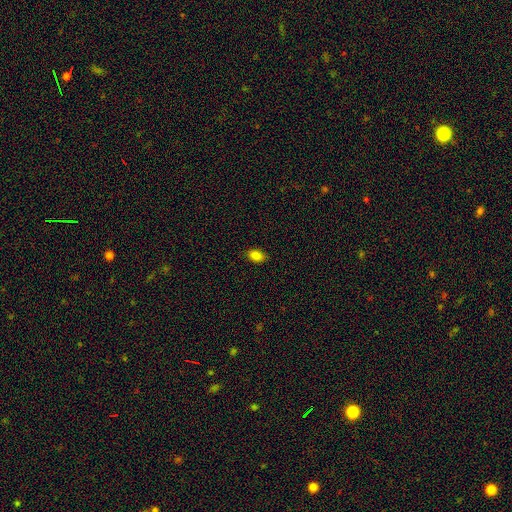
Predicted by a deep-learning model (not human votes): A smooth galaxy with no disk features (84%) that is in between round and cigar-shaped (87%). Merging: none (87%).